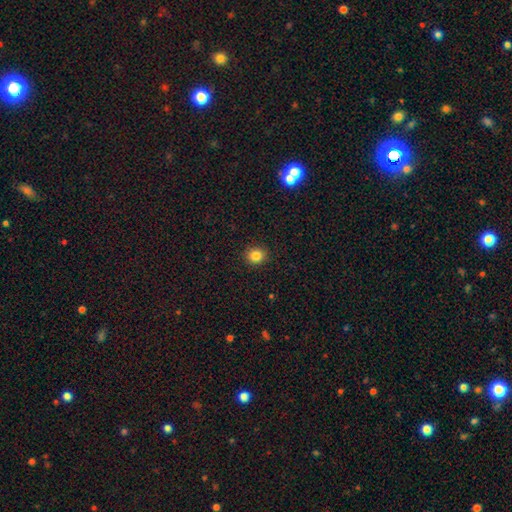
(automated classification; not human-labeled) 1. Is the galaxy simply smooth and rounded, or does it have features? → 84% smooth, 11% star or artifact, 5% featured or disk.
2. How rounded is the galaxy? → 83% round, 17% in between, 1% cigar-shaped.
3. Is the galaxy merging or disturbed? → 91% none, 6% minor disturbance, 2% major disturbance, 1% merger.